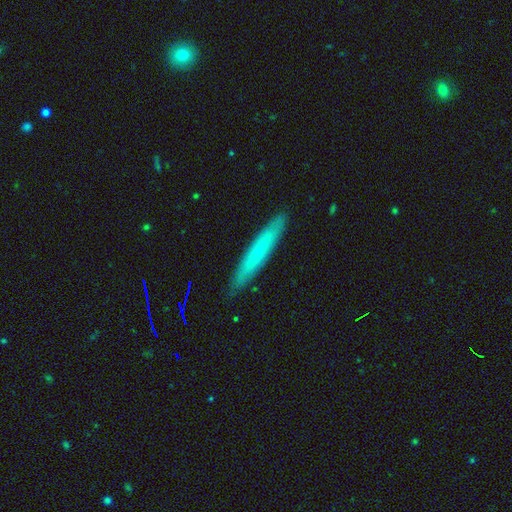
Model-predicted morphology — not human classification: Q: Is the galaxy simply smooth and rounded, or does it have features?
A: smooth — 60%.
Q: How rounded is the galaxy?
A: cigar-shaped — 95%.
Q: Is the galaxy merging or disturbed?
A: none — 89%.